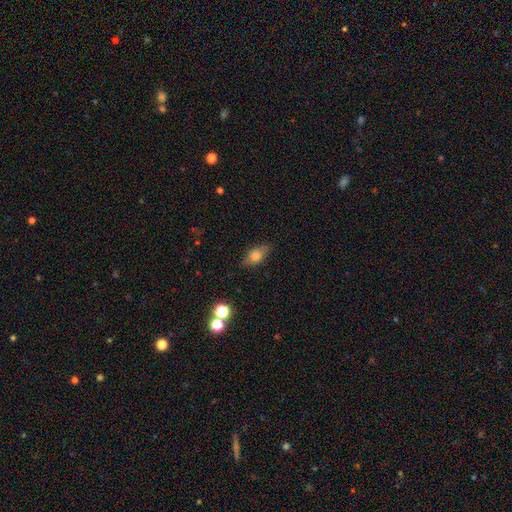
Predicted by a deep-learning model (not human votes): A smooth galaxy with no disk features (67%) that is in between round and cigar-shaped (80%). Merging: none (78%).